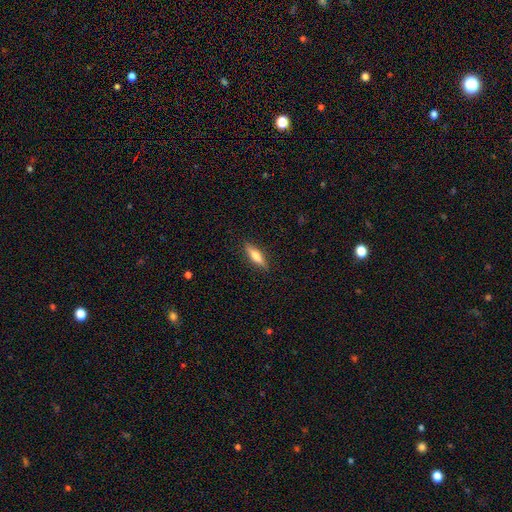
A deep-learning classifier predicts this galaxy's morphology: Smooth or featured? smooth (67%)
How rounded? cigar-shaped (60%)
Merging? none (87%)